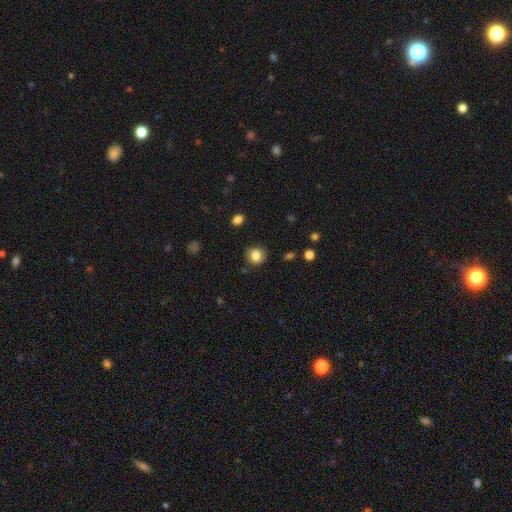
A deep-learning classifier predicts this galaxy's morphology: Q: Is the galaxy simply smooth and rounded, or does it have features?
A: smooth — 83%.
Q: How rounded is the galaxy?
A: round — 84%.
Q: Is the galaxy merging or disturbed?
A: none — 83%.